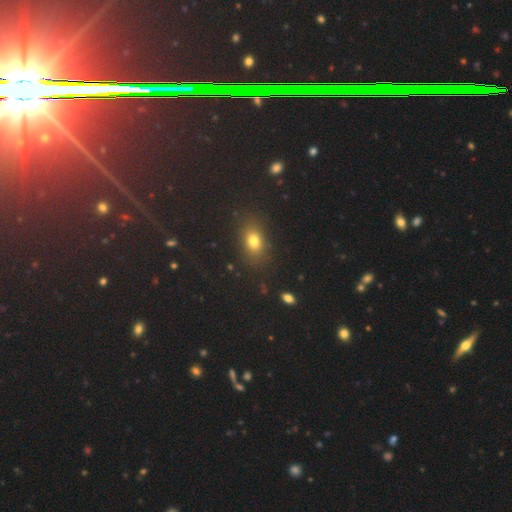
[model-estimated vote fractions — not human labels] Q: Smooth or featured?
A: smooth (62%); runner-up: star or artifact (29%)
Q: How rounded?
A: in between (70%); runner-up: round (27%)
Q: Merging?
A: none (89%); runner-up: minor disturbance (7%)